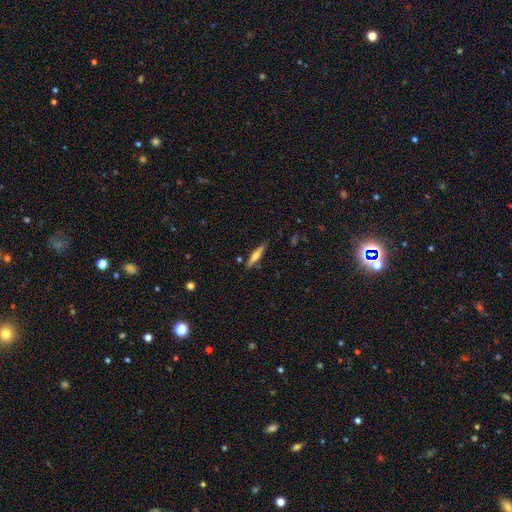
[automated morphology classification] type=featured or disk (49%); merging=none (83%).